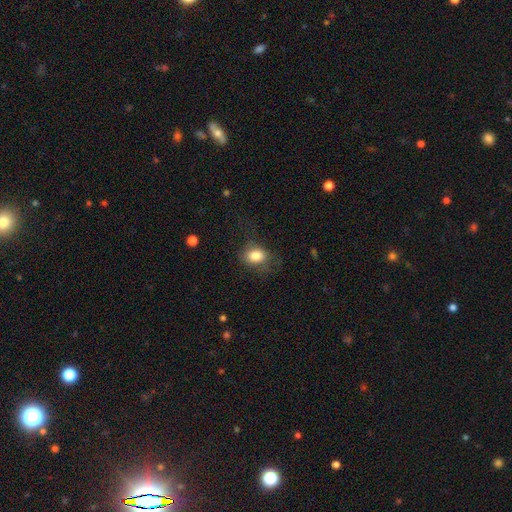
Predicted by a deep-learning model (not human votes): Overall: smooth (83%). How rounded: in between (67%; round 31%). Merging: none (63%).